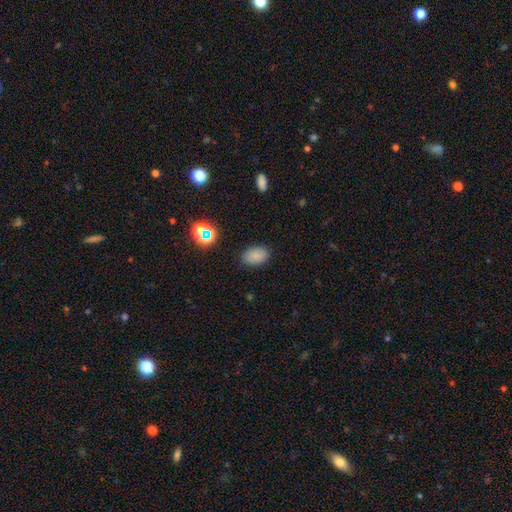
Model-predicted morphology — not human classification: A smooth galaxy with no disk features (81%) that is in between round and cigar-shaped (83%). Merging: none (85%).